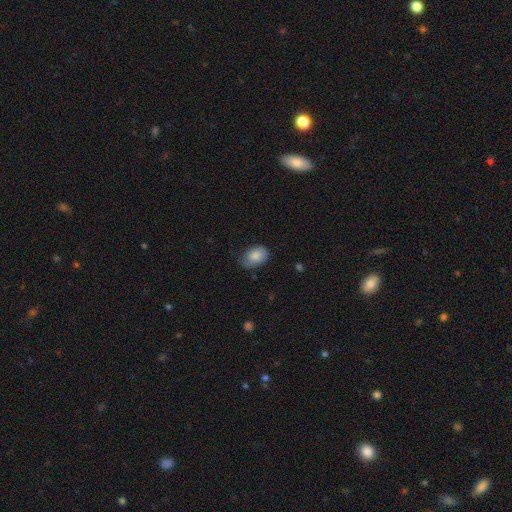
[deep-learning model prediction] This appears to be a smooth galaxy with no disk features (83%) that is in between round and cigar-shaped (82%). Merging: none (63%).